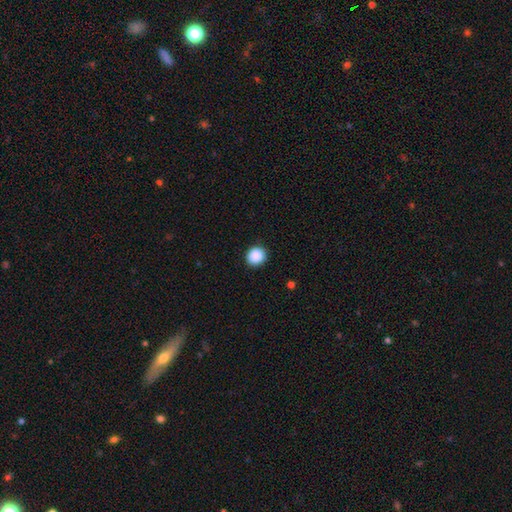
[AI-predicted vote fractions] This is clearly a smooth galaxy (89%). How rounded: clearly round (88%). Merging: clearly none (91%).